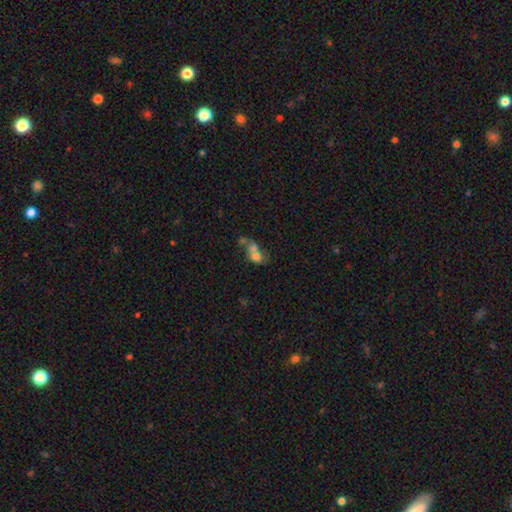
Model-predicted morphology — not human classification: Overall: smooth (63%; featured or disk 24%). How rounded: in between (50%; round 47%). Merging: merger (68%).